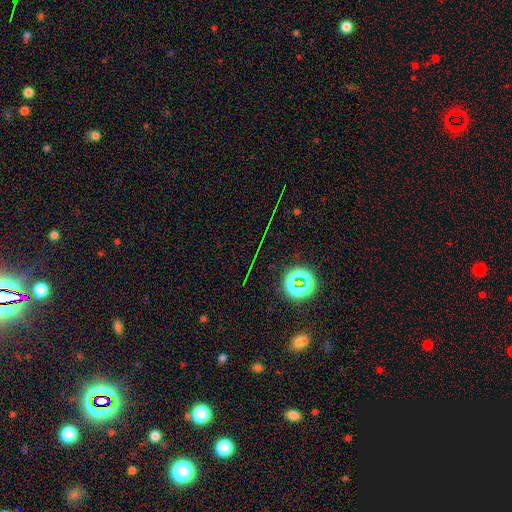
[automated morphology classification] A star or artifact, not a galaxy (77%).